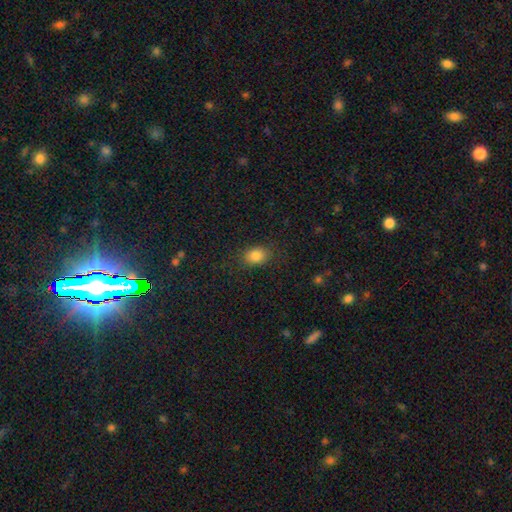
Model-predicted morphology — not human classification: This appears to be a smooth galaxy with no disk features (84%) that is in between round and cigar-shaped (66%). Merging: none (83%).